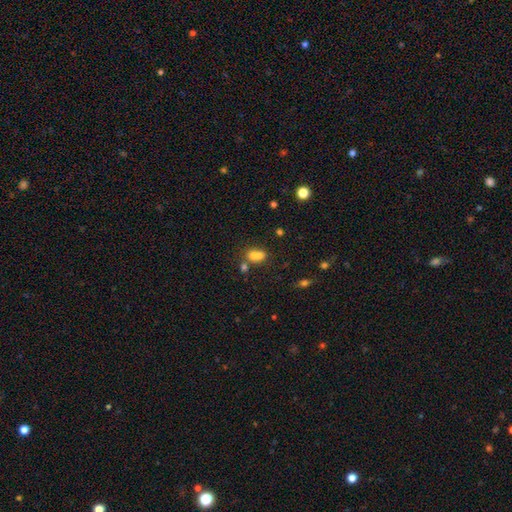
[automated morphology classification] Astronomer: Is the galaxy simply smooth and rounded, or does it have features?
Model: smooth — 69%.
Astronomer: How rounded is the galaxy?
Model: in between — 54% (runner-up: round, 44%).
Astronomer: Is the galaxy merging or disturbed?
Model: merger — 60%.